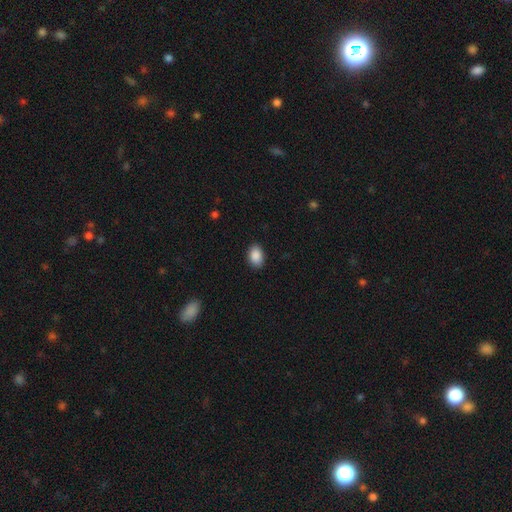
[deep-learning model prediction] Smooth or featured?
  - smooth: 90% *
  - star or artifact: 7%
  - featured or disk: 3%
How rounded?
  - in between: 86% *
  - round: 13%
  - cigar-shaped: 1%
Merging?
  - none: 89% *
  - minor disturbance: 8%
  - major disturbance: 2%
  - merger: 1%